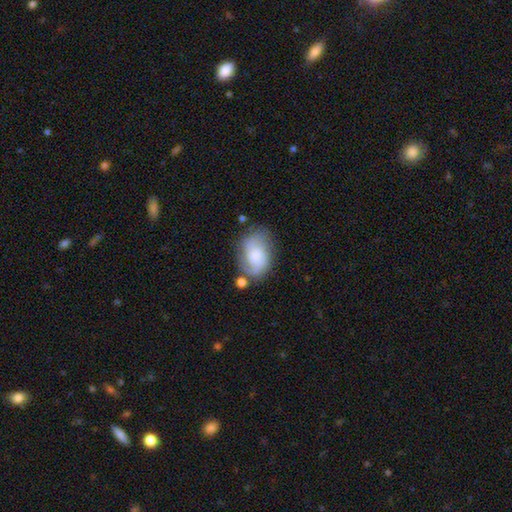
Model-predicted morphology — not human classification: A featured or disk galaxy (62%) with no bar (63%), 2 (65%) medium (45%) spiral arms (89%) and a small central bulge (34%). Merging: none (56%).